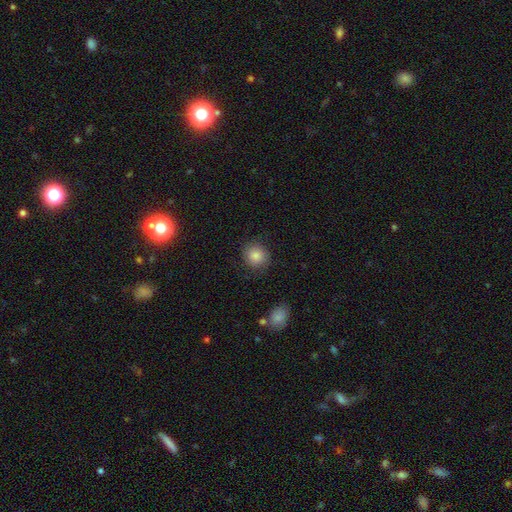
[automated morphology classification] Smooth or featured: smooth — 84% (star or artifact — 9%)
How rounded: round — 86% (in between — 13%)
Merging: none — 83% (minor disturbance — 11%)